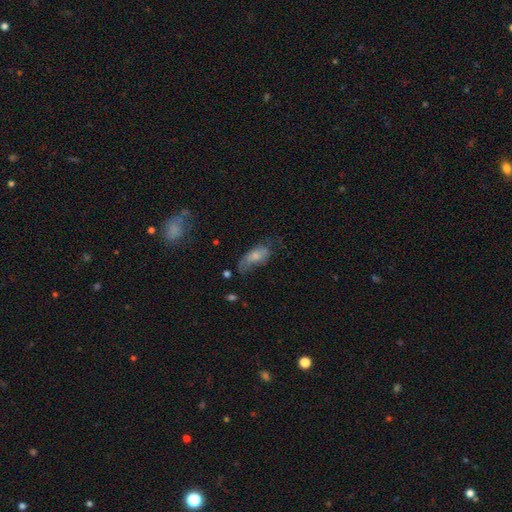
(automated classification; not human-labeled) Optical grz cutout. It shows a smooth galaxy with no disk features (65%) that is in between round and cigar-shaped (85%). Merging: none (36%).